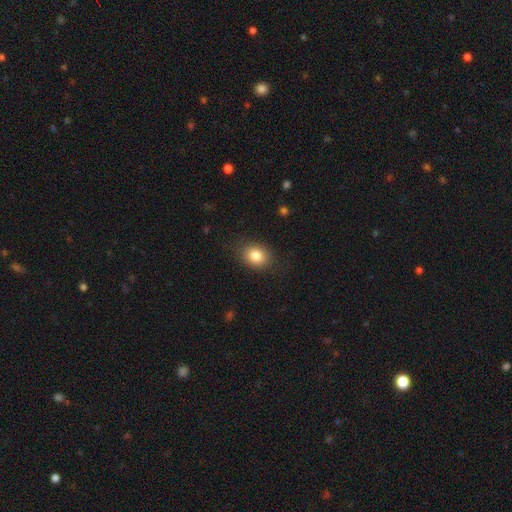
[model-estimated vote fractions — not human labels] Smooth or featured? Predicted: smooth (p=0.84). How rounded? Predicted: in between (p=0.55). Merging? Predicted: none (p=0.83).